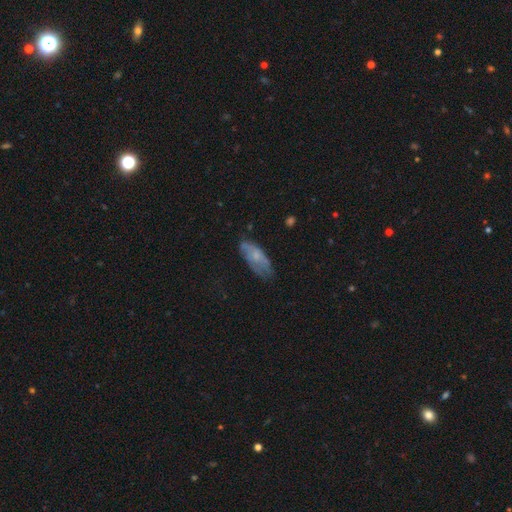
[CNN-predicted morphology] Smooth or featured? Predicted: smooth (p=0.59). How rounded? Predicted: in between (p=0.78). Merging? Predicted: none (p=0.56).